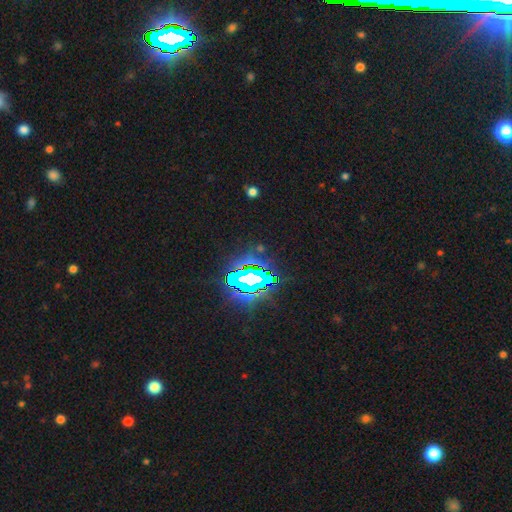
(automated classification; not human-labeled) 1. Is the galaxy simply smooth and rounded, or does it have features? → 83% star or artifact, 10% smooth, 7% featured or disk.